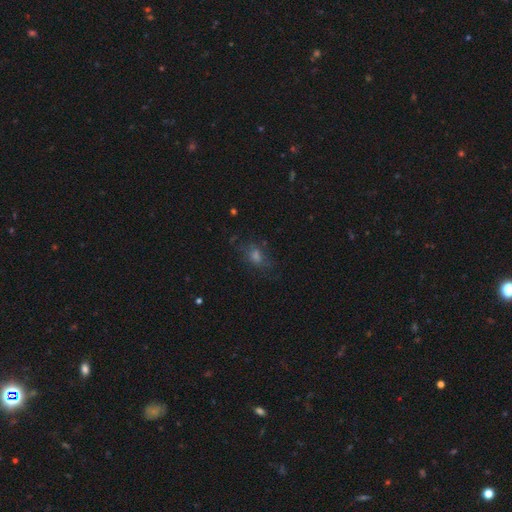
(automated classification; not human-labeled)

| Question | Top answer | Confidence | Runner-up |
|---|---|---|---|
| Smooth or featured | smooth | 49% | star or artifact (31%) |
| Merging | none | 69% | minor disturbance (18%) |